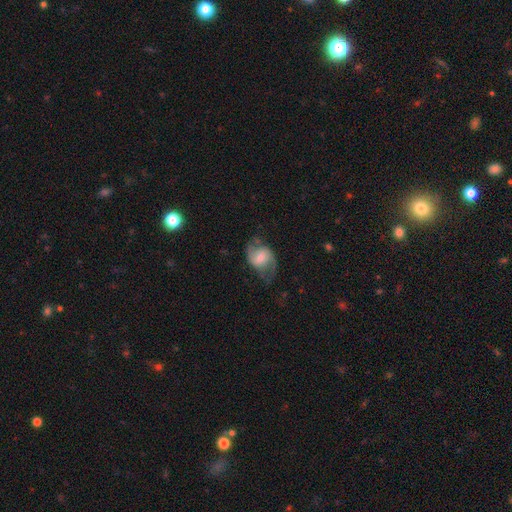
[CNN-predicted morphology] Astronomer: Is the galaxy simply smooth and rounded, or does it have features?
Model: featured or disk — 75%.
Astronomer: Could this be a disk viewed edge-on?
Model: no — 97%.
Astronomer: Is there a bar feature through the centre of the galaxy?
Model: no — 45% (runner-up: weak, 42%).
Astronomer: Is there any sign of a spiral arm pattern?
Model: yes — 92%.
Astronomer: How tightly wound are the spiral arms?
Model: medium — 44% (runner-up: loose, 41%).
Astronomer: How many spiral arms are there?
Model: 2 — 89%.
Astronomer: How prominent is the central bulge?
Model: moderate — 46% (runner-up: small, 45%).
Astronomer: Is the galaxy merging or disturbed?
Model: none — 67%.